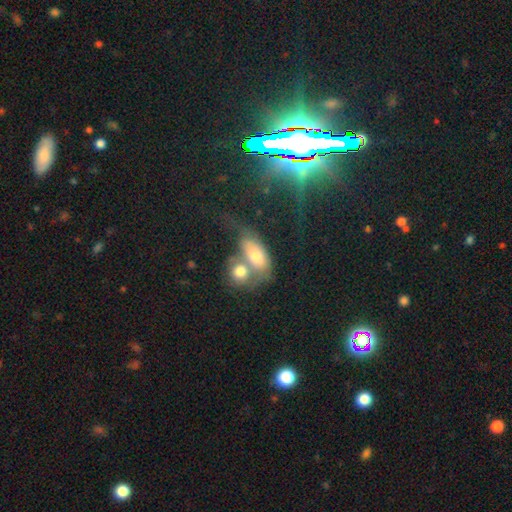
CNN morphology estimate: Overall: smooth (64%; featured or disk 27%). How rounded: in between (74%). Merging: merger (63%).